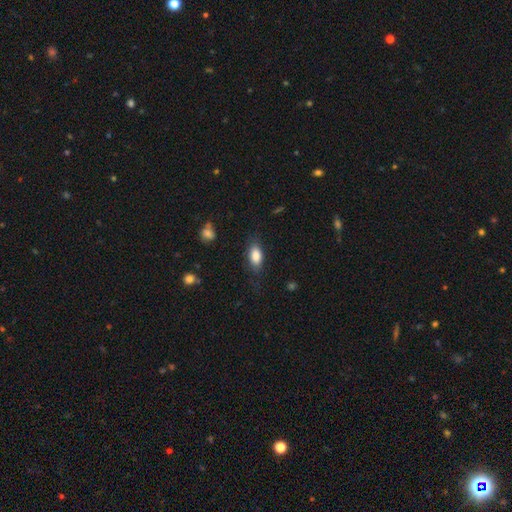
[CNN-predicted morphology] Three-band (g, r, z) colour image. It shows a smooth galaxy with no disk features (84%) that is in between round and cigar-shaped (88%). Merging: none (74%).